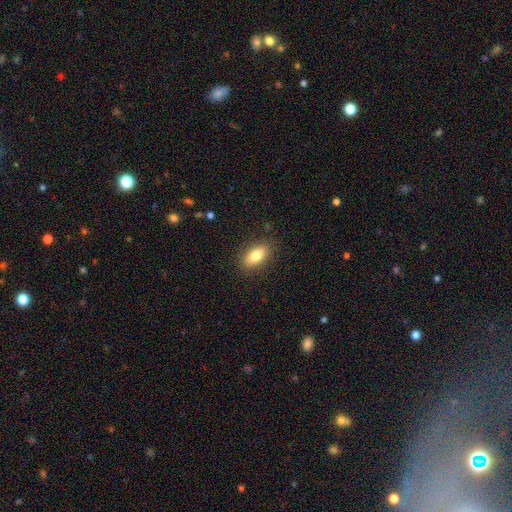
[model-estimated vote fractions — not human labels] The model was most divided on "smooth or featured": smooth: 80%, featured or disk: 13%, star or artifact: 8%. More confident: merging — none (87%); how rounded — in between (85%).